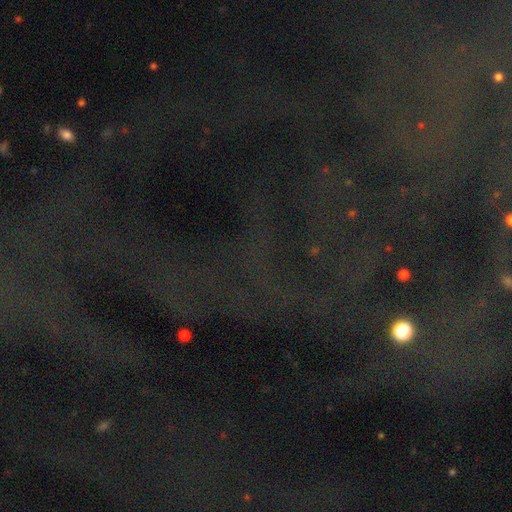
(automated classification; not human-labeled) Smooth or featured: star or artifact — 82% (featured or disk — 10%)